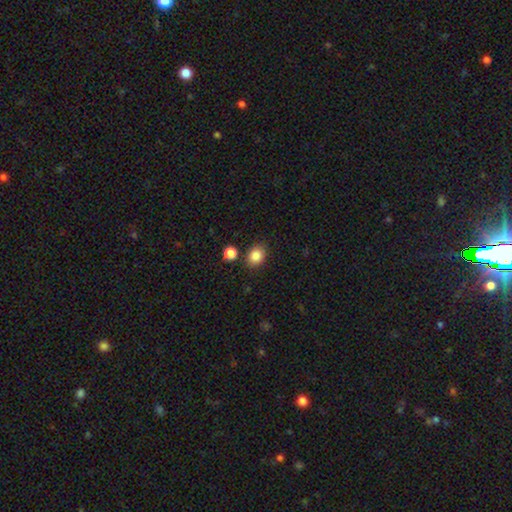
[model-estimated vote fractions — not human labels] Q: Smooth or featured?
A: smooth (86%); runner-up: star or artifact (10%)
Q: How rounded?
A: in between (50%); runner-up: round (49%)
Q: Merging?
A: none (84%); runner-up: minor disturbance (9%)